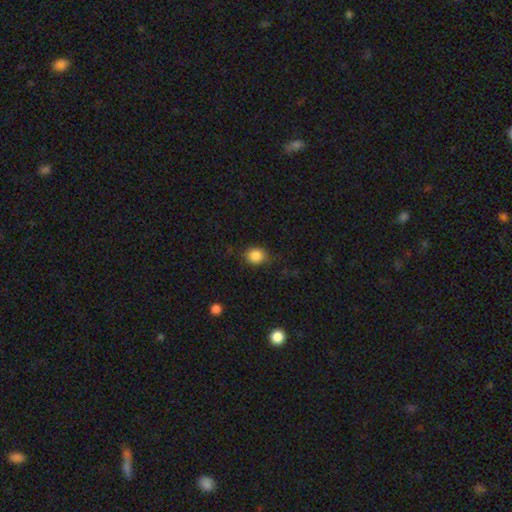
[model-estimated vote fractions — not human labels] Smooth or featured? Predicted: smooth (p=0.86). How rounded? Predicted: round (p=0.65). Merging? Predicted: none (p=0.78).